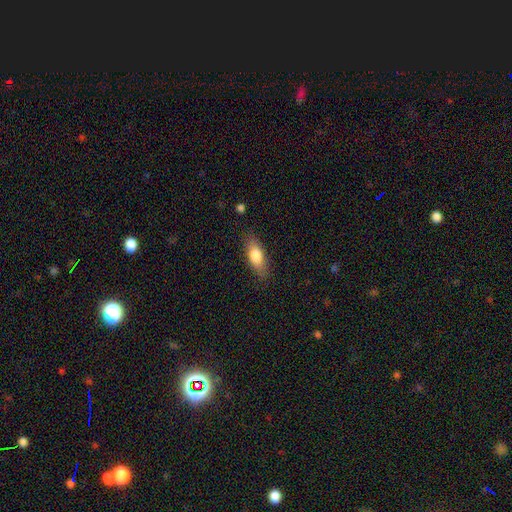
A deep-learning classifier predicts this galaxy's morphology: Smooth or featured: smooth — 77% (featured or disk — 17%)
How rounded: in between — 73% (cigar-shaped — 24%)
Merging: none — 83% (minor disturbance — 13%)